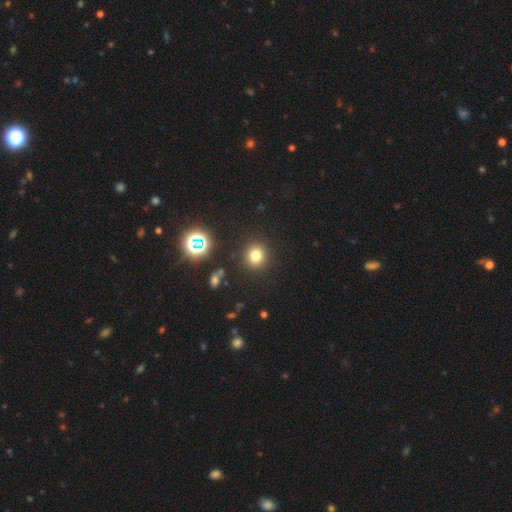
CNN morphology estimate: type=smooth (75%); roundness=round (90%); merging=none (89%).